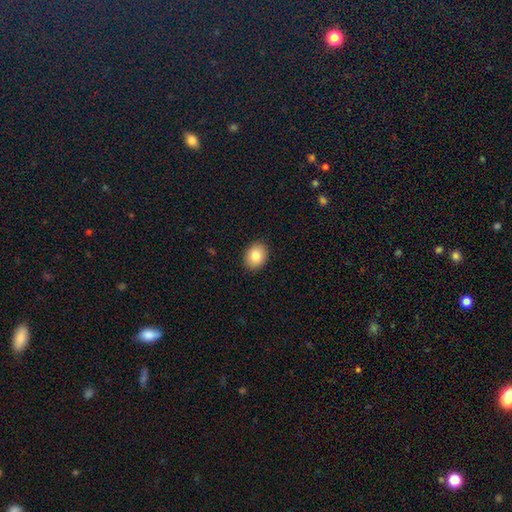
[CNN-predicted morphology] Smooth or featured? Predicted: smooth (p=0.82). How rounded? Predicted: in between (p=0.55). Merging? Predicted: none (p=0.90).